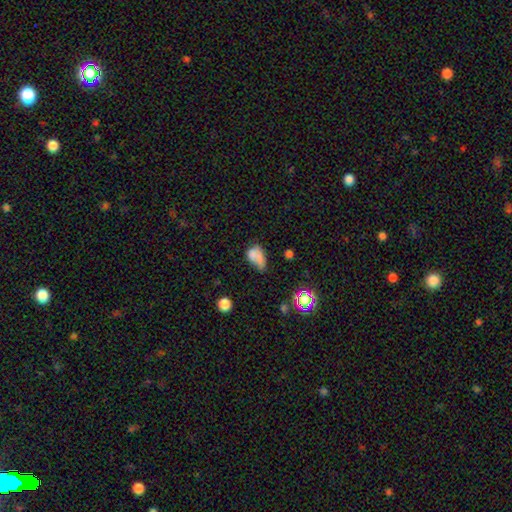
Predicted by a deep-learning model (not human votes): The model was most divided on "merging": minor disturbance: 33%, major disturbance: 29%, none: 24%, merger: 14%. More confident: how rounded — in between (77%); smooth or featured — smooth (71%).